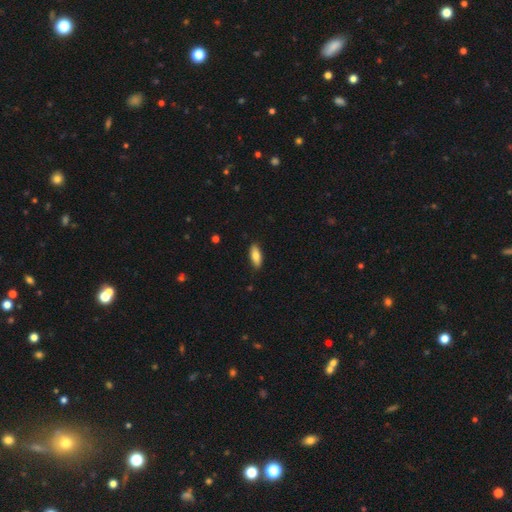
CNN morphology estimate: Smooth or featured? smooth (80%)
How rounded? in between (78%)
Merging? none (87%)